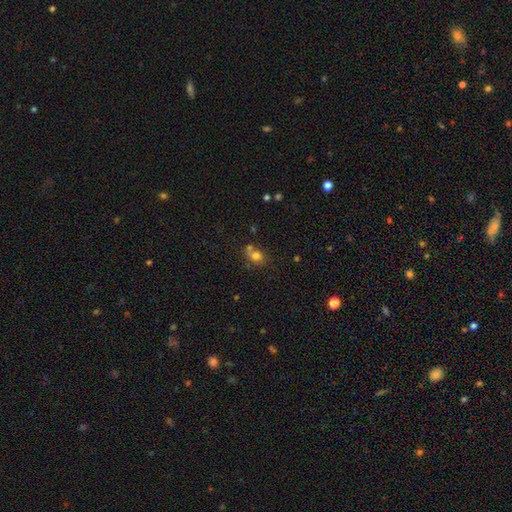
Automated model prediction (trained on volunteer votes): This appears to be a smooth galaxy with no disk features (74%) that is round (62%). Merging: none (47%).